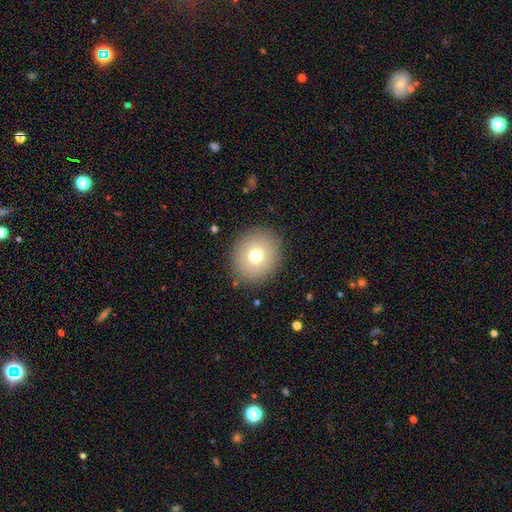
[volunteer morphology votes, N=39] smooth 72%, featured or disk 21%, star or artifact 8%. Down the decision tree: how rounded — round (89%); merging — none (94%).